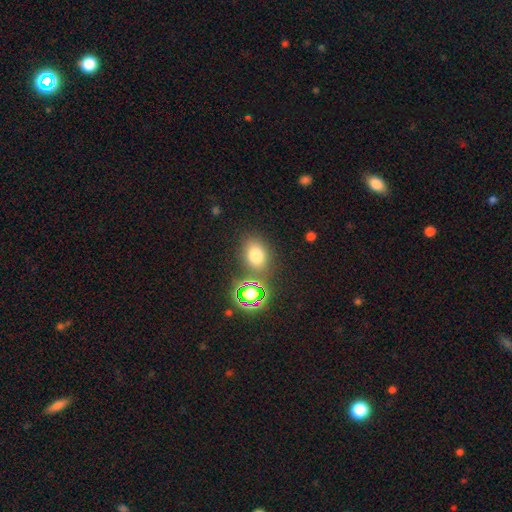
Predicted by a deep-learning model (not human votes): Smooth or featured: smooth — 71% (star or artifact — 21%)
How rounded: in between — 62% (round — 36%)
Merging: none — 77% (minor disturbance — 11%)